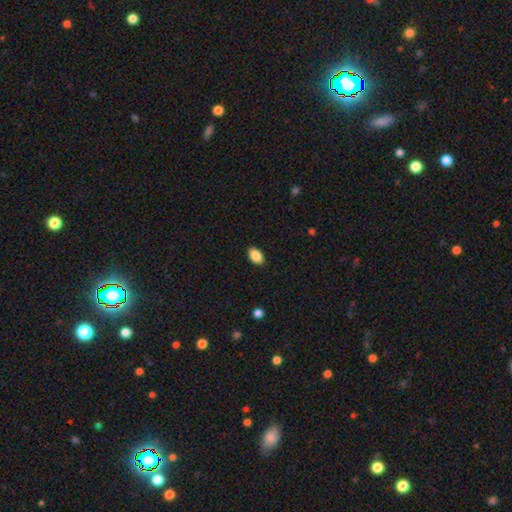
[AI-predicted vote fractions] Smooth or featured: smooth — 87% (star or artifact — 8%)
How rounded: in between — 92% (round — 7%)
Merging: none — 89% (minor disturbance — 8%)